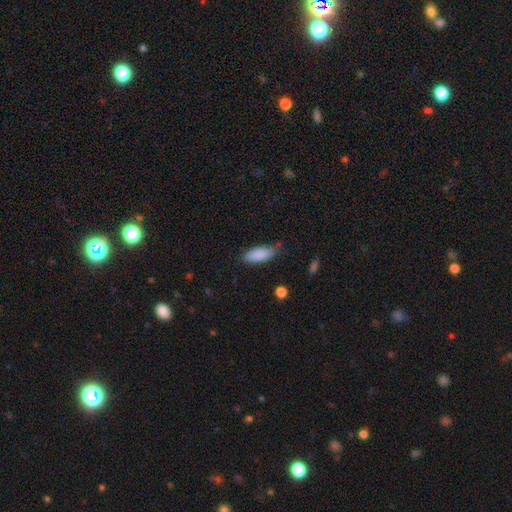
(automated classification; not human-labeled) Smooth or featured: smooth — 88% (star or artifact — 7%)
How rounded: in between — 73% (cigar-shaped — 25%)
Merging: none — 78% (minor disturbance — 17%)